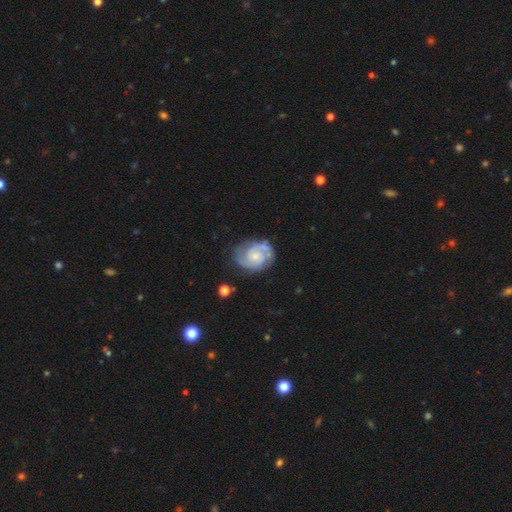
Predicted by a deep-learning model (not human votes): Q: Smooth or featured?
A: featured or disk (88%); runner-up: smooth (8%)
Q: Edge-on disk?
A: no (98%); runner-up: yes (2%)
Q: Bar?
A: no (65%); runner-up: weak (30%)
Q: Spiral arms?
A: yes (97%); runner-up: no (3%)
Q: Spiral winding?
A: tight (54%); runner-up: medium (39%)
Q: Spiral arm count?
A: 2 (84%); runner-up: 3 (7%)
Q: Bulge size?
A: small (58%); runner-up: moderate (31%)
Q: Merging?
A: none (76%); runner-up: minor disturbance (16%)